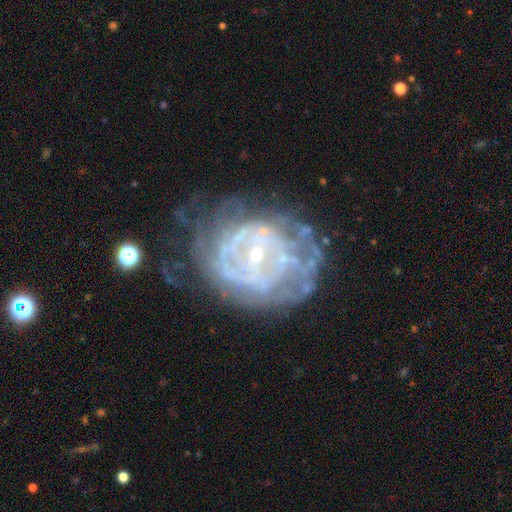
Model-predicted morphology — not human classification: smooth-or-featured: featured or disk: 81% | smooth: 11% | star or artifact: 8%
  disk-edge-on: no: 97% | yes: 3%
    bar: no: 48% | weak: 39% | strong: 13%
    has-spiral-arms: yes: 71% | no: 29%
      spiral-winding: tight: 63% | medium: 27% | loose: 11%
      spiral-arm-count: can't tell: 57% | 2: 17% | 3: 9% | 4: 7% | more than 4: 5% | 1: 5%
    bulge-size: small: 75% | moderate: 18% | none: 4% | large: 1% | dominant: 1%
  merging: none: 52% | minor disturbance: 24% | major disturbance: 22% | merger: 3%